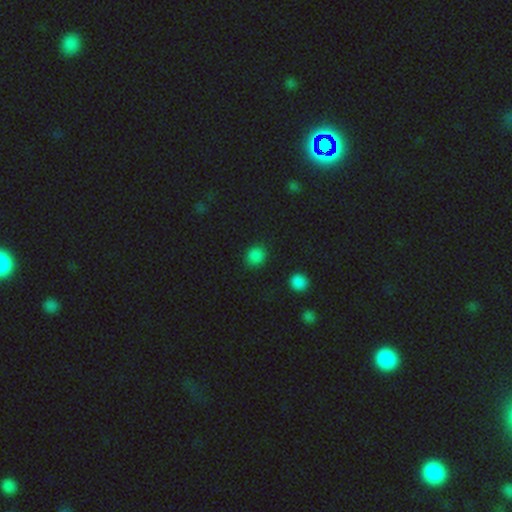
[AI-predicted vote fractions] This appears to be a smooth galaxy with no disk features (82%) that is round (84%). Merging: none (88%).